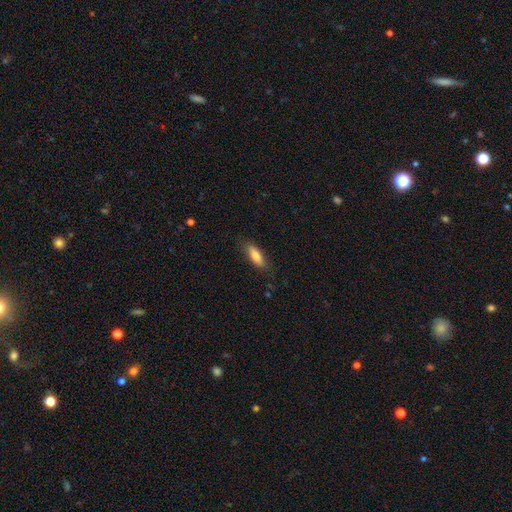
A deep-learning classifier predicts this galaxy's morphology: Overall: smooth (78%). How rounded: in between (53%; cigar-shaped 45%). Merging: none (81%).